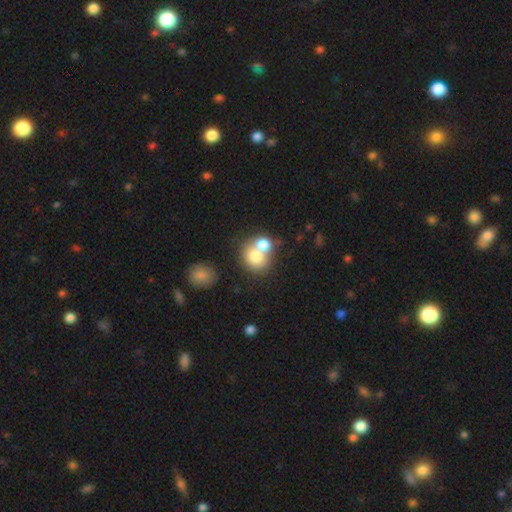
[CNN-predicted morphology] Smooth or featured?
  - smooth: 74% *
  - featured or disk: 17%
  - star or artifact: 9%
How rounded?
  - round: 70% *
  - in between: 29%
  - cigar-shaped: 1%
Merging?
  - merger: 64% *
  - none: 27%
  - minor disturbance: 6%
  - major disturbance: 3%